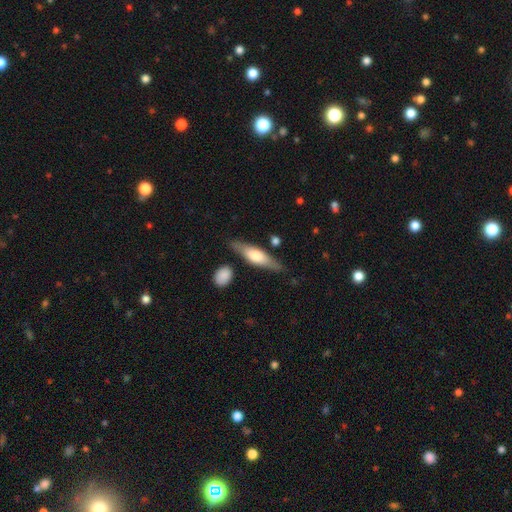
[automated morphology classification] This is possibly a featured or disk galaxy (49%). Merging: likely none (79%).